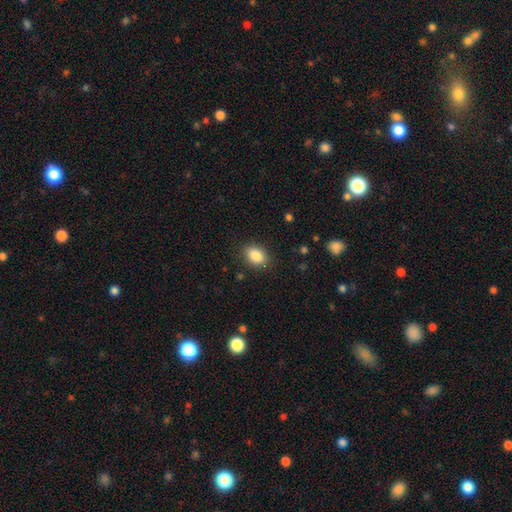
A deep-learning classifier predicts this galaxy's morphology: Smooth or featured: smooth — 87% (star or artifact — 8%)
How rounded: in between — 74% (round — 25%)
Merging: none — 86% (minor disturbance — 10%)